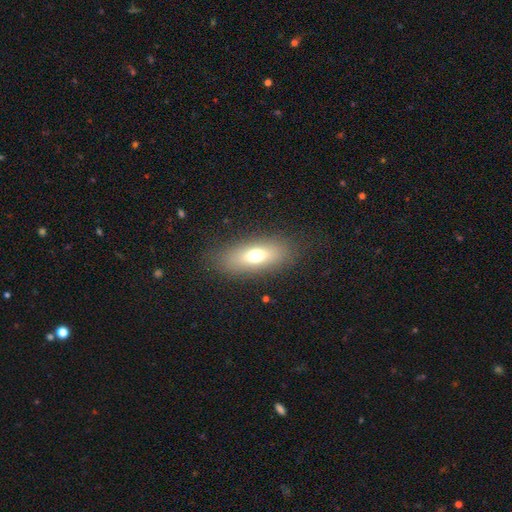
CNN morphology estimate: Smooth or featured?
  - smooth: 68% *
  - featured or disk: 21%
  - star or artifact: 11%
How rounded?
  - in between: 75% *
  - cigar-shaped: 18%
  - round: 7%
Merging?
  - none: 84% *
  - minor disturbance: 10%
  - major disturbance: 5%
  - merger: 1%